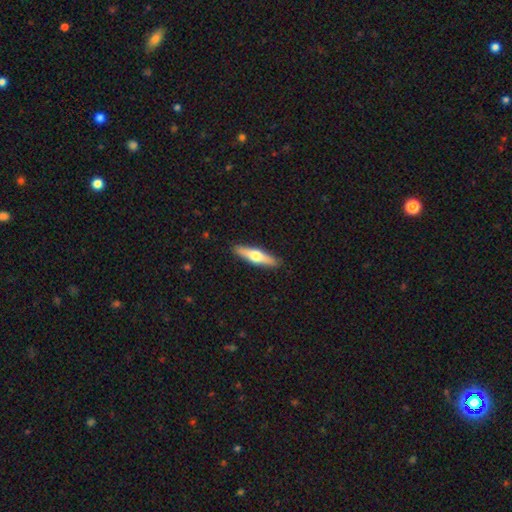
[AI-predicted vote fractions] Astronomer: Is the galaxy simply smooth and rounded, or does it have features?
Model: featured or disk — 49% (runner-up: smooth, 46%).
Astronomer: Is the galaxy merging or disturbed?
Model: none — 91%.